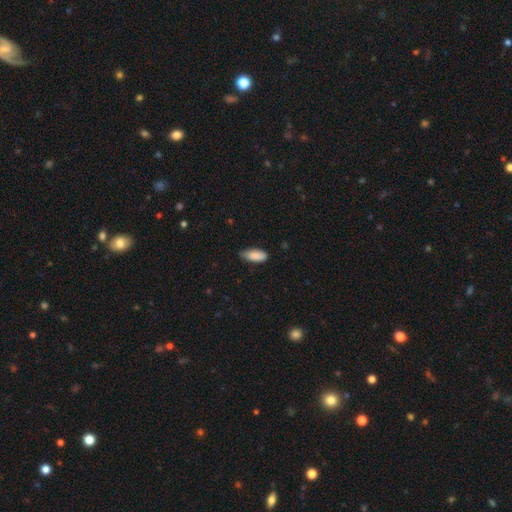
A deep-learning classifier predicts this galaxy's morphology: type=smooth (88%); roundness=in between (86%); merging=none (64%).